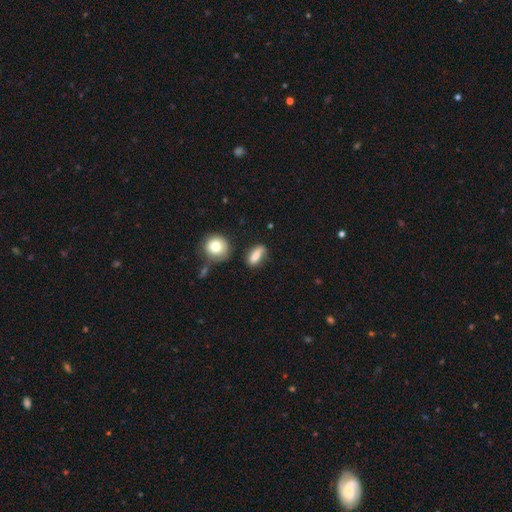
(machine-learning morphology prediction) Smooth or featured? Predicted: smooth (p=0.76). How rounded? Predicted: in between (p=0.74). Merging? Predicted: none (p=0.59).